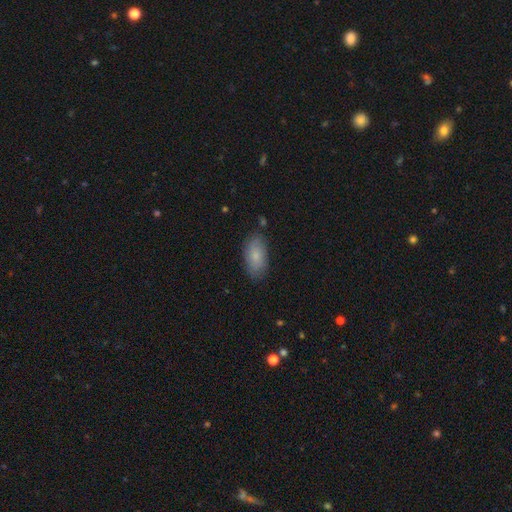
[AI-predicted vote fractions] The model was most divided on "merging": none: 79%, minor disturbance: 15%, major disturbance: 3%, merger: 2%. More confident: how rounded — in between (93%); smooth or featured — smooth (81%).